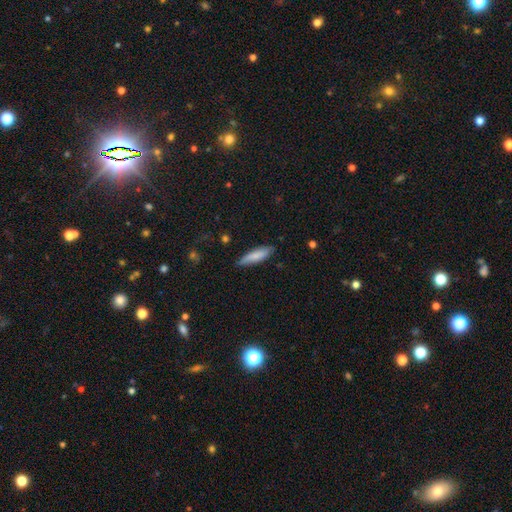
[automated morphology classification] Smooth or featured? Predicted: smooth (p=0.77). How rounded? Predicted: cigar-shaped (p=0.63). Merging? Predicted: none (p=0.78).